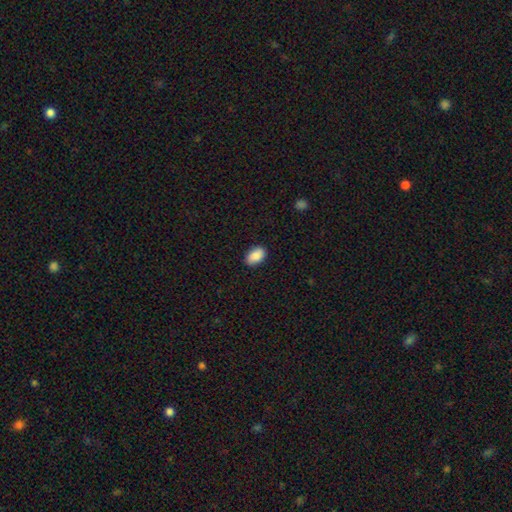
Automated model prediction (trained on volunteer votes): This appears to be a smooth galaxy with no disk features (87%) that is in between round and cigar-shaped (91%). Merging: none (87%).